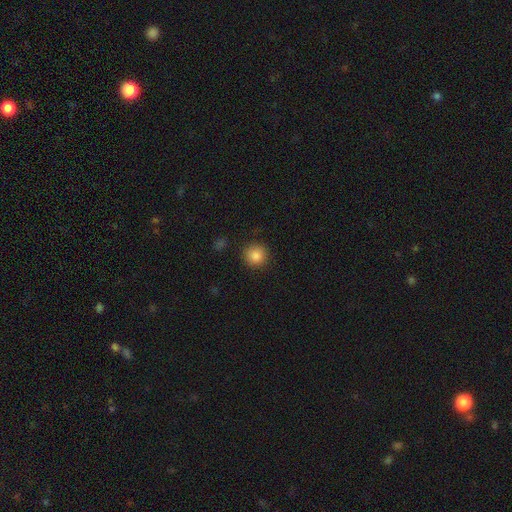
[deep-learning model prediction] Smooth or featured: smooth — 85% (star or artifact — 10%)
How rounded: round — 93% (in between — 6%)
Merging: none — 90% (minor disturbance — 7%)